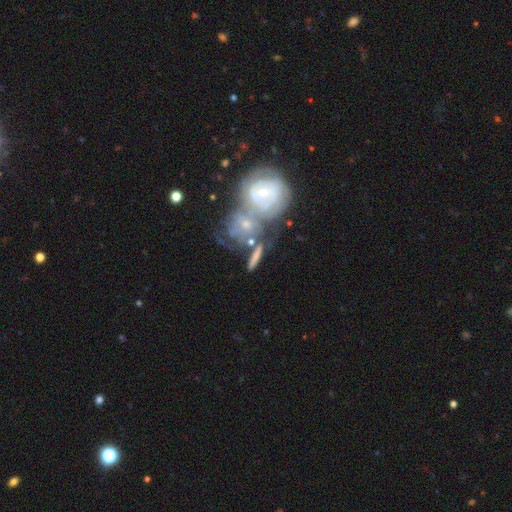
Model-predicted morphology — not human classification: Smooth or featured? featured or disk (53%)
Edge-on disk? no (78%)
Merging? merger (39%)